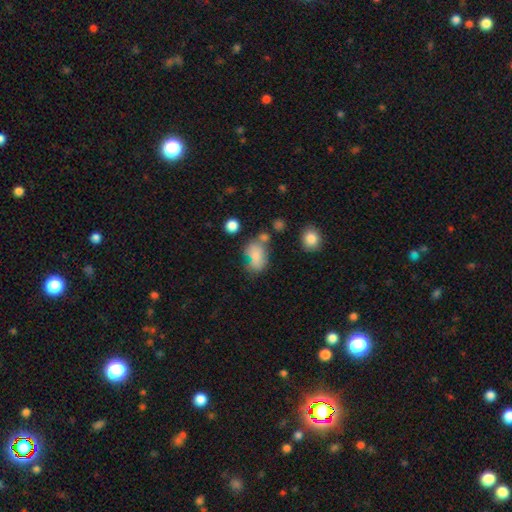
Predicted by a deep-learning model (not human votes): A smooth galaxy with no disk features (76%) that is in between round and cigar-shaped (82%). Merging: none (41%).